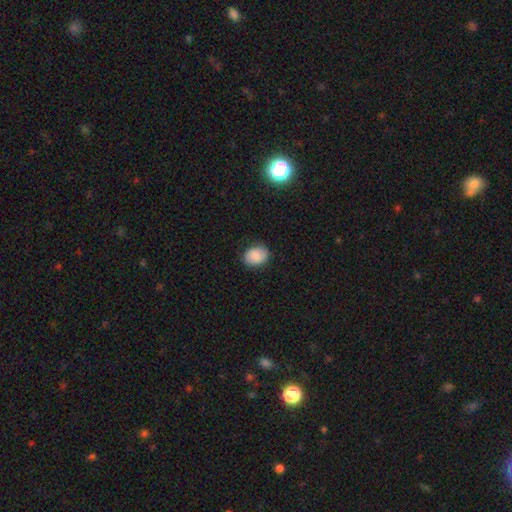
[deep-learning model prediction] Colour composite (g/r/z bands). It shows a smooth galaxy with no disk features (83%) that is in between round and cigar-shaped (59%). Merging: none (84%).